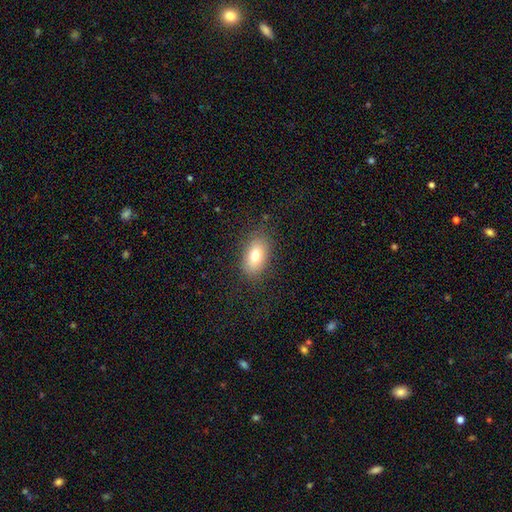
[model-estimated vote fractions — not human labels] smooth_or_featured: smooth (p=0.77) [alt: featured or disk p=0.13]
how_rounded: in between (p=0.88) [alt: round p=0.10]
merging: none (p=0.83) [alt: minor disturbance p=0.12]